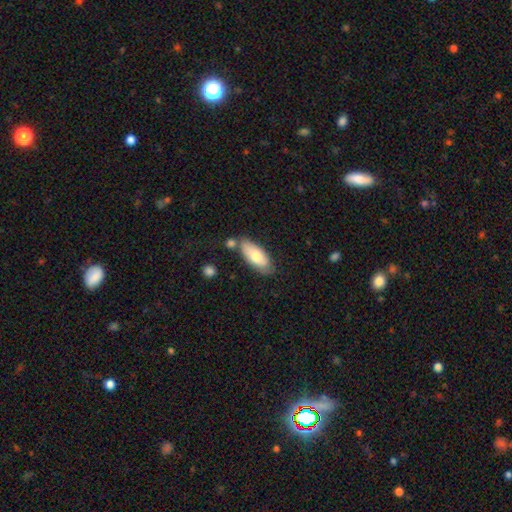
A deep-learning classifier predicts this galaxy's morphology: type=smooth (70%); roundness=in between (84%); merging=none (62%).